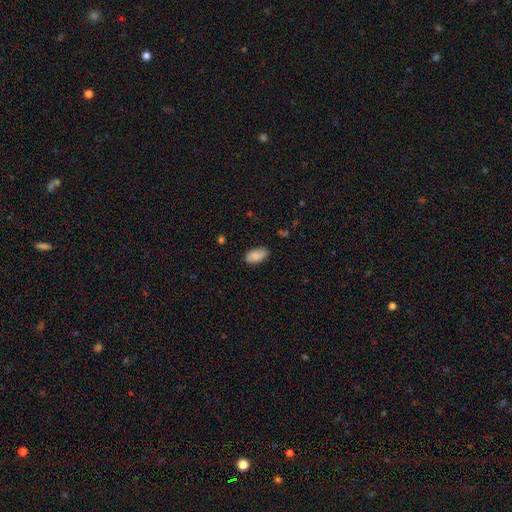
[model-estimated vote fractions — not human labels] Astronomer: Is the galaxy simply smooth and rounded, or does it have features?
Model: smooth — 87%.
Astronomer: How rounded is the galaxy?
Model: in between — 94%.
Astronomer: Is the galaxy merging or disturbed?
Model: none — 79%.